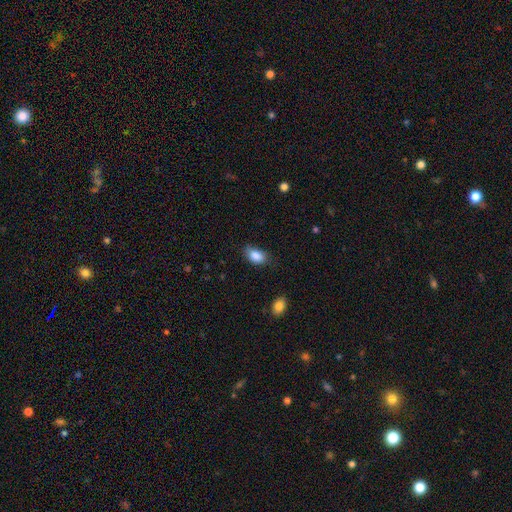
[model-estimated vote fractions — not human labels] Overall: smooth (87%). How rounded: in between (89%). Merging: none (69%).